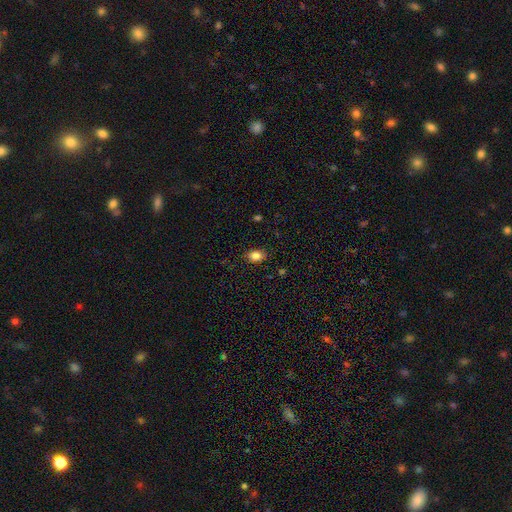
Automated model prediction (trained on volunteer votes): smooth_or_featured: smooth (p=0.85) [alt: star or artifact p=0.10]
how_rounded: in between (p=0.72) [alt: round p=0.27]
merging: none (p=0.86) [alt: minor disturbance p=0.11]